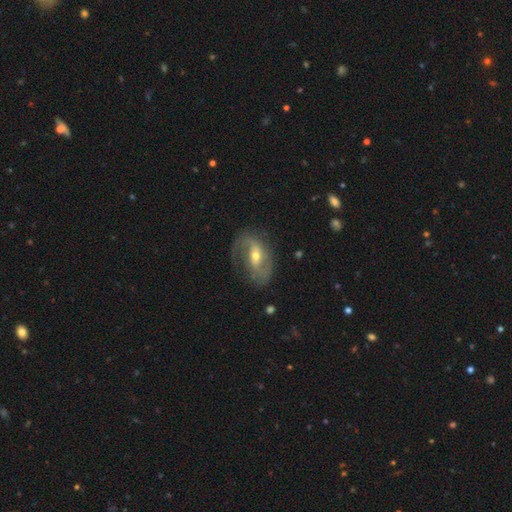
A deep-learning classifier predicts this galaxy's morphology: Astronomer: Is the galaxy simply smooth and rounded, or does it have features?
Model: featured or disk — 82%.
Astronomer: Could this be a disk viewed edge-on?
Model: no — 95%.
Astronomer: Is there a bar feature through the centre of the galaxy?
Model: weak — 41% (runner-up: strong, 32%).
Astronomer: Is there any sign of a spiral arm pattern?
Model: yes — 91%.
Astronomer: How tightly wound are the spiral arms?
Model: medium — 44% (runner-up: loose, 34%).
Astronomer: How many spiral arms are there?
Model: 2 — 77%.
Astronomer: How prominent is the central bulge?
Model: moderate — 53% (runner-up: small, 44%).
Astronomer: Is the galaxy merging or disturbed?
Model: none — 69%.